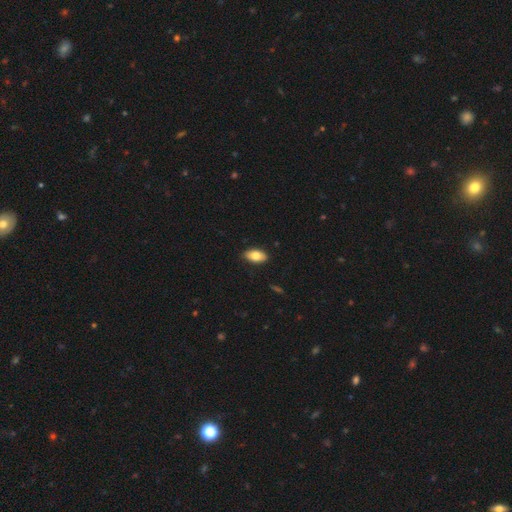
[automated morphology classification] Q: Smooth or featured?
A: smooth (79%); runner-up: featured or disk (14%)
Q: How rounded?
A: in between (93%); runner-up: cigar-shaped (4%)
Q: Merging?
A: none (88%); runner-up: minor disturbance (9%)